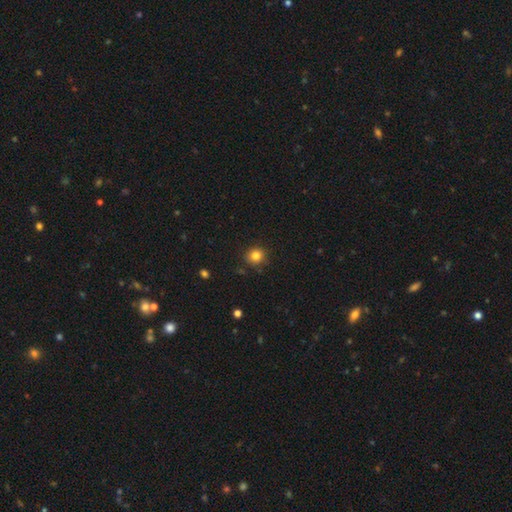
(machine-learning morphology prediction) This is clearly a smooth galaxy (82%). How rounded: clearly round (88%). Merging: clearly none (86%).